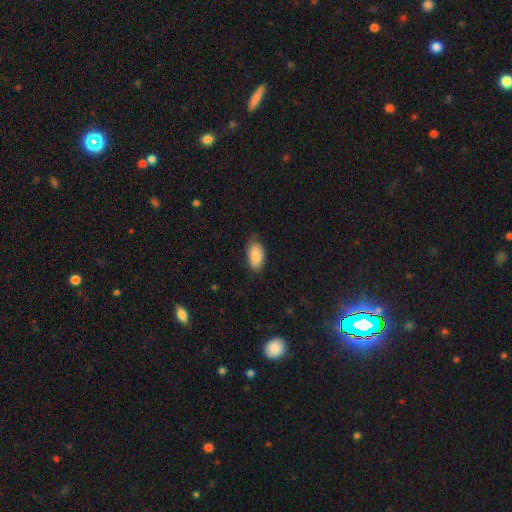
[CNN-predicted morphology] The model was most divided on "merging": none: 77%, minor disturbance: 19%, major disturbance: 4%, merger: 1%. More confident: how rounded — in between (94%); smooth or featured — smooth (87%).